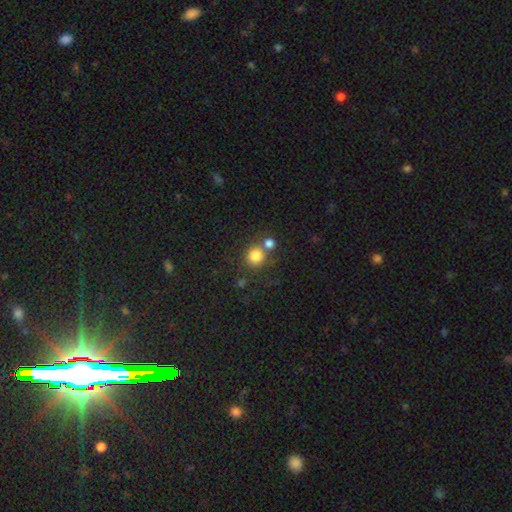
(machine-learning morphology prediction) Smooth or featured?
  - smooth: 81% *
  - star or artifact: 12%
  - featured or disk: 7%
How rounded?
  - round: 90% *
  - in between: 9%
  - cigar-shaped: 1%
Merging?
  - none: 62% *
  - merger: 26%
  - minor disturbance: 9%
  - major disturbance: 4%